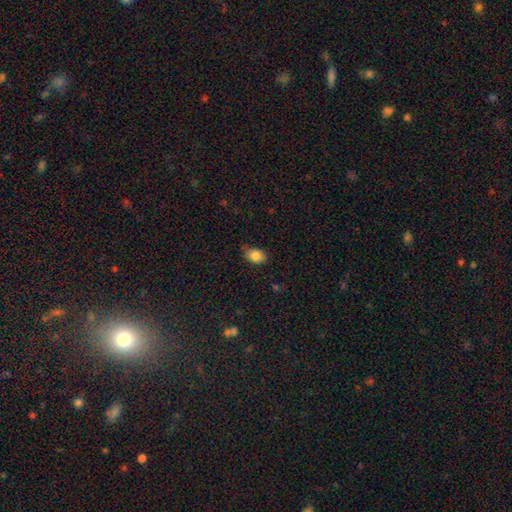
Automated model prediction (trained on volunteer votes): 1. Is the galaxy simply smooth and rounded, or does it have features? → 85% smooth, 9% star or artifact, 6% featured or disk.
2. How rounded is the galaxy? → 77% in between, 22% round, 1% cigar-shaped.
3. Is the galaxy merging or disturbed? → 67% none, 27% minor disturbance, 4% major disturbance, 1% merger.